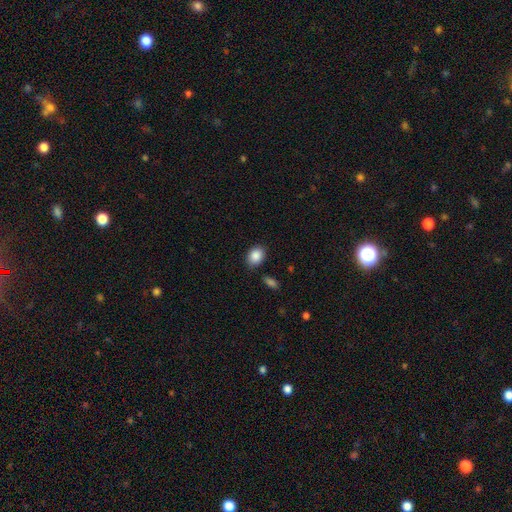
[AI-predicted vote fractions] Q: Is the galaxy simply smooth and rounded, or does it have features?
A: smooth — 88%.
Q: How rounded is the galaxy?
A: in between — 68%.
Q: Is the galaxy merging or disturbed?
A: none — 83%.